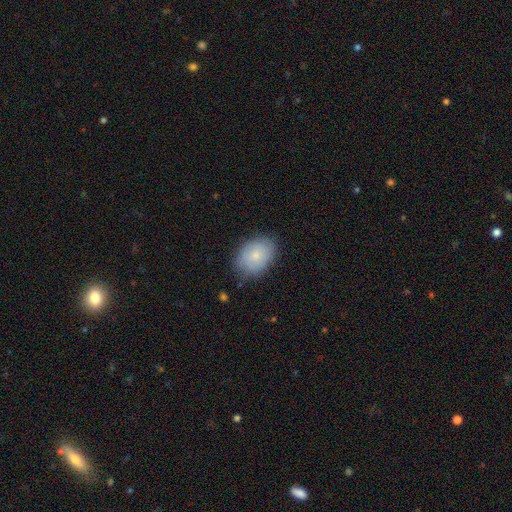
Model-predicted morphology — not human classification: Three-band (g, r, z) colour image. It shows a smooth galaxy with no disk features (73%) that is in between round and cigar-shaped (76%). Merging: none (77%).